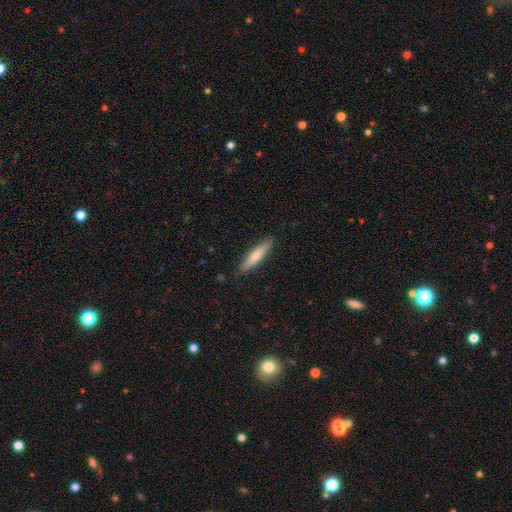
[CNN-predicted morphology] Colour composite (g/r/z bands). It shows a smooth galaxy with no disk features (73%) that is cigar-shaped (84%). Merging: none (88%).